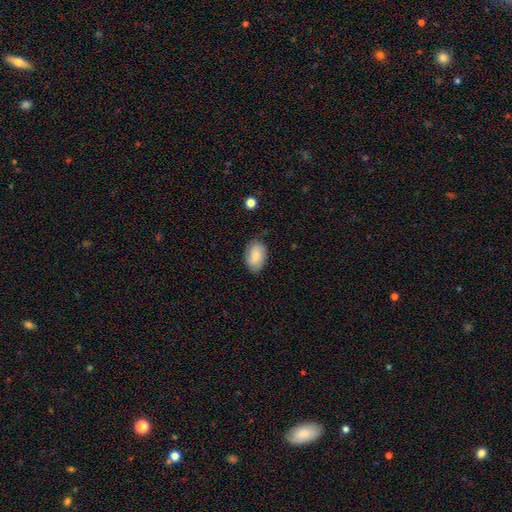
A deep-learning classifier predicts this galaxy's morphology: Smooth or featured? smooth (76%)
How rounded? in between (89%)
Merging? none (76%)